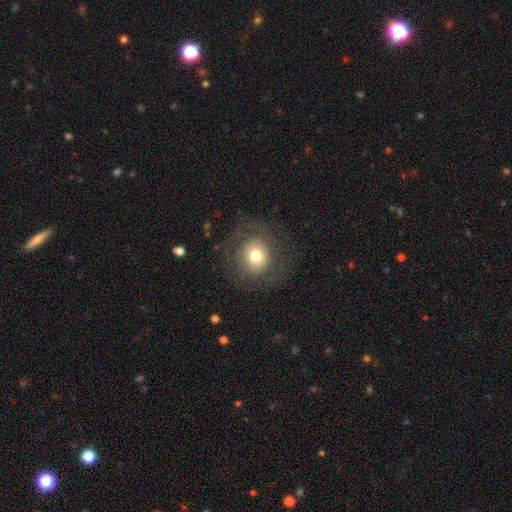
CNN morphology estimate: smooth 66%, featured or disk 21%, star or artifact 13%. Down the decision tree: how rounded — round (90%); merging — none (77%).